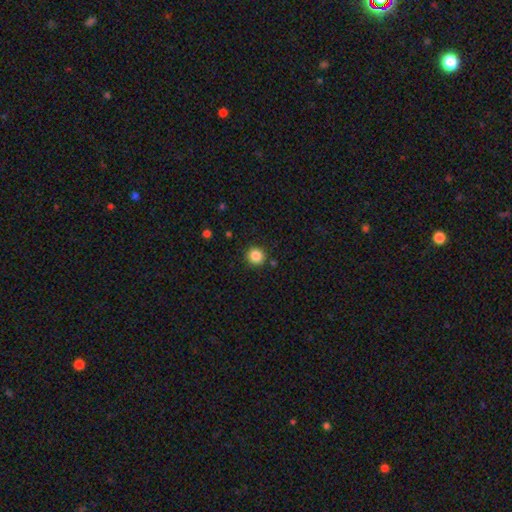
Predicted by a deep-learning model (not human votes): The model was most divided on "smooth or featured": smooth: 86%, star or artifact: 10%, featured or disk: 4%. More confident: how rounded — round (93%); merging — none (89%).